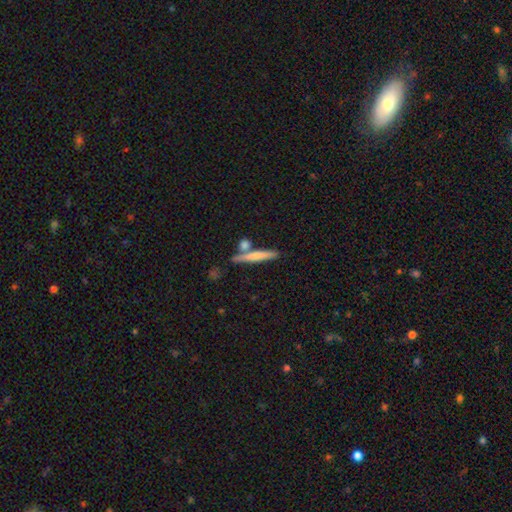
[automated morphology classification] A smooth galaxy with no disk features (64%) that is cigar-shaped (90%). Merging: none (69%).